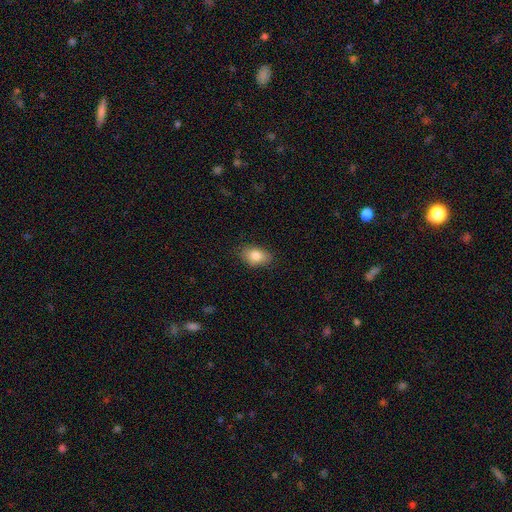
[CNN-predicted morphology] Q: Smooth or featured?
A: smooth (84%); runner-up: featured or disk (8%)
Q: How rounded?
A: in between (86%); runner-up: round (12%)
Q: Merging?
A: none (81%); runner-up: minor disturbance (15%)